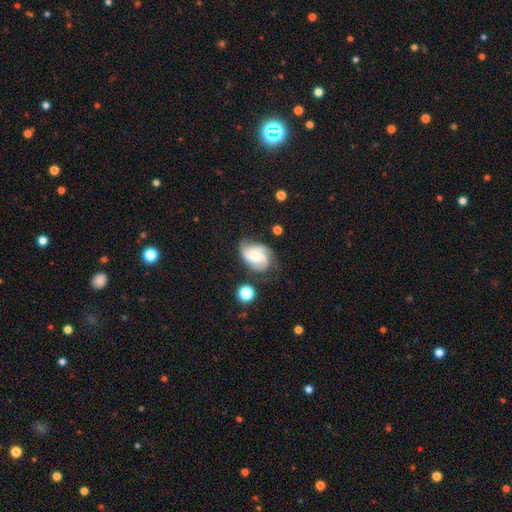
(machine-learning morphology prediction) A featured or disk galaxy (78%) with no bar (56%), 3 (60%) medium (47%) spiral arms (96%) and a small central bulge (42%). Merging: none (60%).